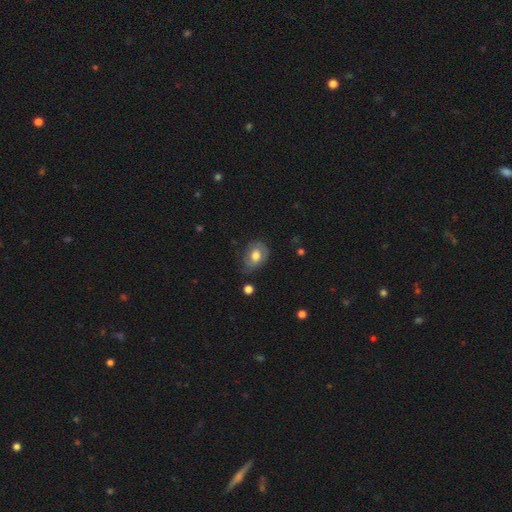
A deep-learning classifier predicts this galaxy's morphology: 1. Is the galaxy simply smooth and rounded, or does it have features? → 56% smooth, 37% featured or disk, 8% star or artifact.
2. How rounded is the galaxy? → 70% in between, 29% round, 1% cigar-shaped.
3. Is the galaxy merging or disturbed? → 54% none, 32% minor disturbance, 12% major disturbance, 2% merger.